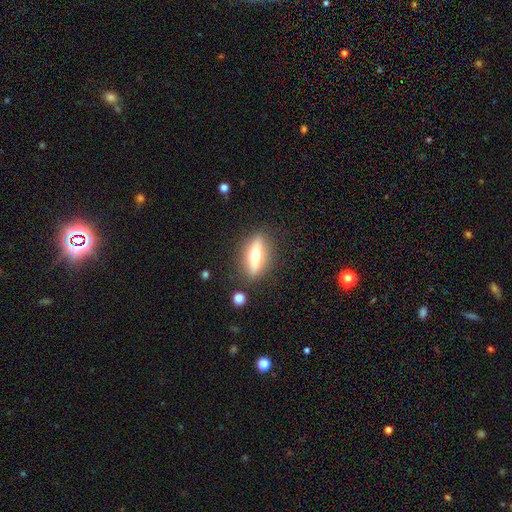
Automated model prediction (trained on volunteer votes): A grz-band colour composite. It shows a featured or disk galaxy (51%) viewed edge-on (85%). Merging: none (85%).